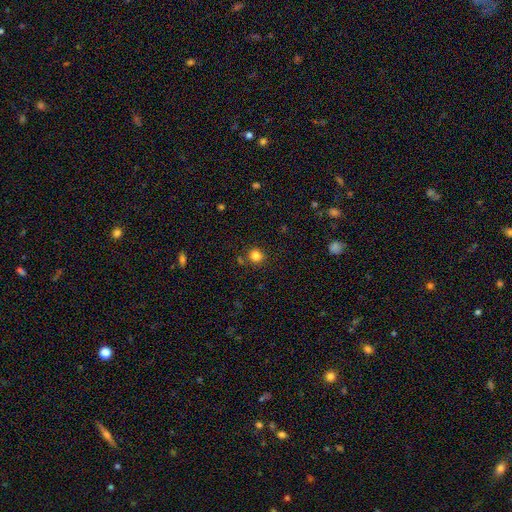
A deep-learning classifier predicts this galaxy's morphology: smooth-or-featured: smooth: 82% | star or artifact: 13% | featured or disk: 5%
  how-rounded: round: 90% | in between: 9% | cigar-shaped: 1%
  merging: none: 84% | minor disturbance: 8% | merger: 5% | major disturbance: 3%